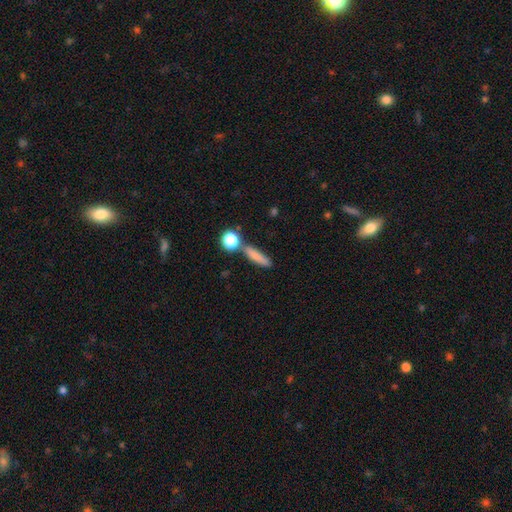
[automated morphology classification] type=smooth (76%); roundness=cigar-shaped (70%); merging=none (67%).